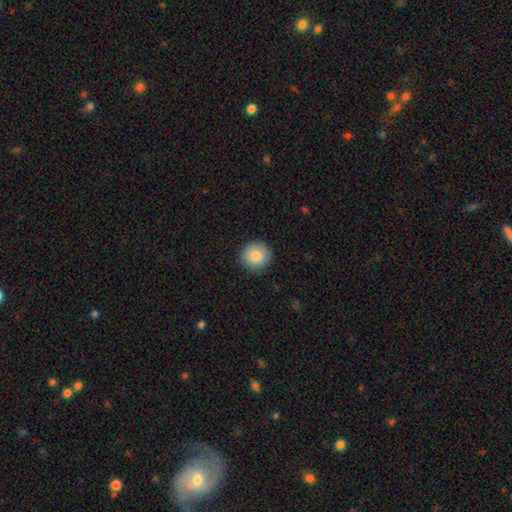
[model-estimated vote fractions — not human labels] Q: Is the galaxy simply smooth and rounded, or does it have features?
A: smooth — 87%.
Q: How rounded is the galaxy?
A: round — 95%.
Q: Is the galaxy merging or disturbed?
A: none — 91%.